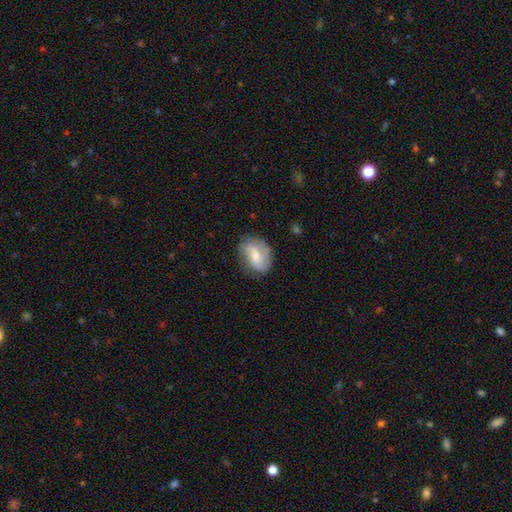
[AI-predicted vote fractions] Smooth or featured?
  - featured or disk: 53% *
  - smooth: 40%
  - star or artifact: 7%
Edge-on disk?
  - no: 96% *
  - yes: 4%
Bar?
  - weak: 44% *
  - no: 40%
  - strong: 16%
Spiral arms?
  - yes: 83% *
  - no: 17%
Bulge size?
  - small: 48% *
  - moderate: 46%
  - large: 3%
  - none: 2%
  - dominant: 1%
Merging?
  - none: 73% *
  - minor disturbance: 19%
  - major disturbance: 6%
  - merger: 1%